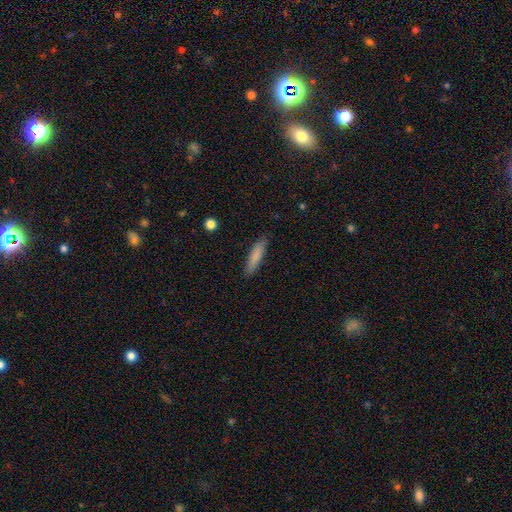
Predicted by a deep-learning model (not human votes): Smooth or featured? smooth (82%)
How rounded? cigar-shaped (83%)
Merging? none (87%)